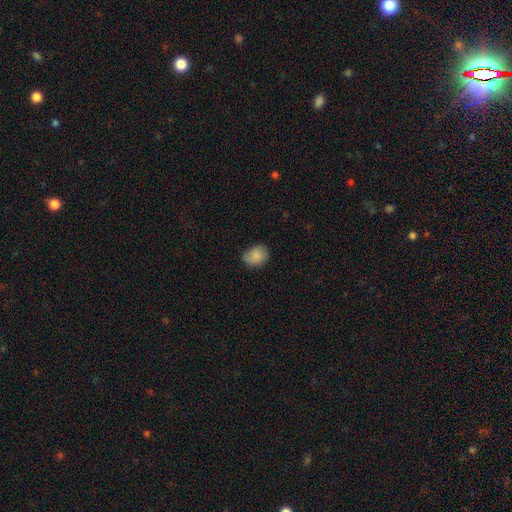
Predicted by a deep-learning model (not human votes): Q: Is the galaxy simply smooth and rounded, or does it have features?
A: smooth — 85%.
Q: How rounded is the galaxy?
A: in between — 55%.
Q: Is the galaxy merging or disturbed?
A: none — 67%.